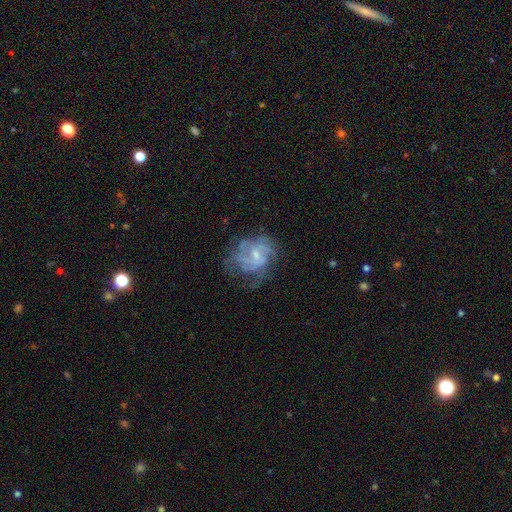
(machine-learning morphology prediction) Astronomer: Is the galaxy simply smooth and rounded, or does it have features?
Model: featured or disk — 70%.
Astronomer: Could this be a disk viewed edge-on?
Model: no — 98%.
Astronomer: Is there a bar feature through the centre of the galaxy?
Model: no — 52% (runner-up: weak, 42%).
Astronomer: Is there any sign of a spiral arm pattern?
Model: yes — 74%.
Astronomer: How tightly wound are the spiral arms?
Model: medium — 42% (runner-up: tight, 38%).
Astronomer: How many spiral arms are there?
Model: can't tell — 45% (runner-up: 2, 21%).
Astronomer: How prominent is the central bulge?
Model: small — 57%.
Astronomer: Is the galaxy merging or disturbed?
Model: none — 49% (runner-up: major disturbance, 25%).